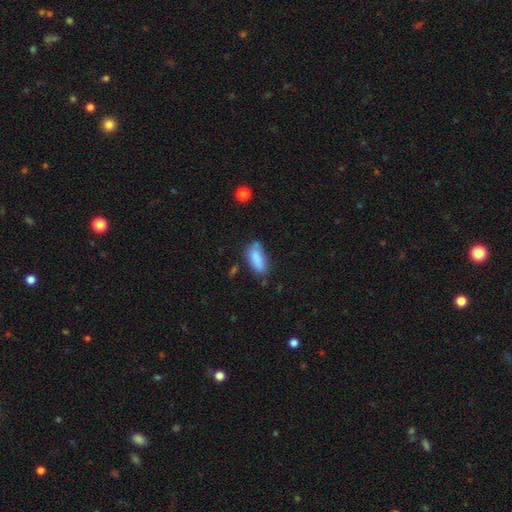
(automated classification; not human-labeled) The model was most divided on "merging": none: 61%, minor disturbance: 26%, merger: 7%, major disturbance: 6%. More confident: smooth or featured — smooth (84%); how rounded — in between (80%).